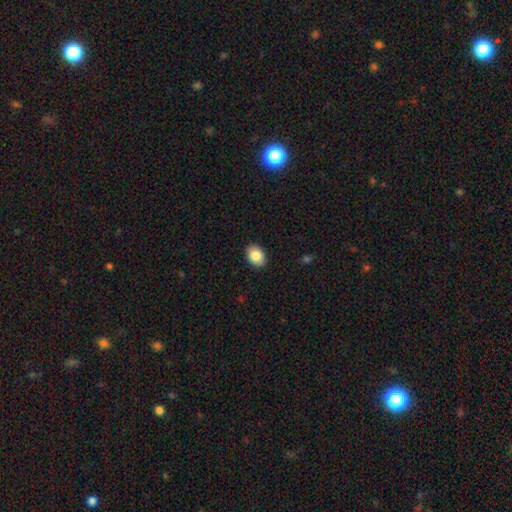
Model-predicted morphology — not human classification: This appears to be a smooth galaxy with no disk features (87%) that is in between round and cigar-shaped (74%). Merging: none (89%).